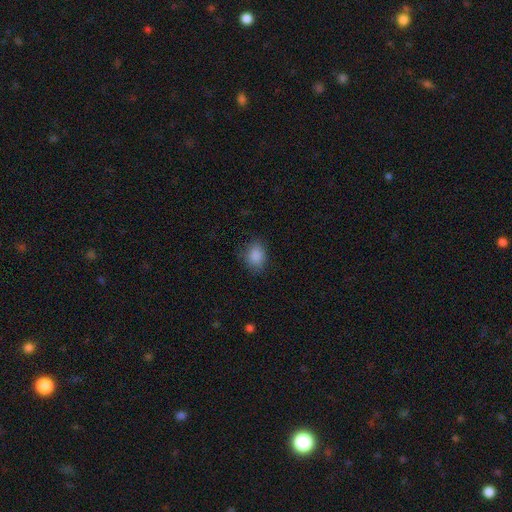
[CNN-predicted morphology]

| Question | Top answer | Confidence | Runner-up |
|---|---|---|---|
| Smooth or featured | smooth | 87% | star or artifact (9%) |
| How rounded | in between | 61% | round (37%) |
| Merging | none | 78% | minor disturbance (16%) |